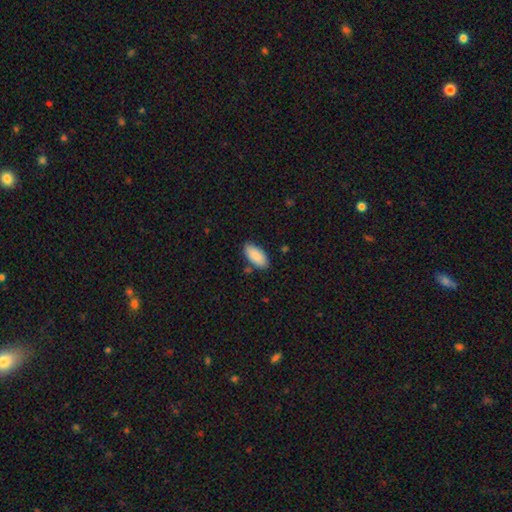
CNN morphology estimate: The model was most divided on "merging": none: 82%, minor disturbance: 12%, merger: 3%, major disturbance: 2%. More confident: how rounded — in between (92%); smooth or featured — smooth (89%).